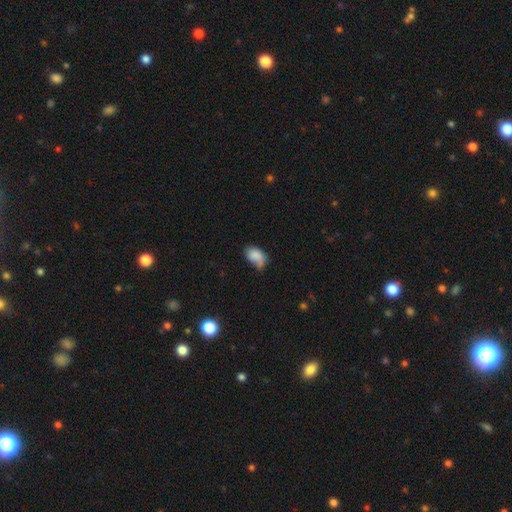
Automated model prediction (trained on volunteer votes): Smooth or featured?
  - smooth: 81% *
  - featured or disk: 11%
  - star or artifact: 8%
How rounded?
  - in between: 87% *
  - round: 12%
  - cigar-shaped: 2%
Merging?
  - none: 42% *
  - minor disturbance: 35%
  - major disturbance: 15%
  - merger: 7%